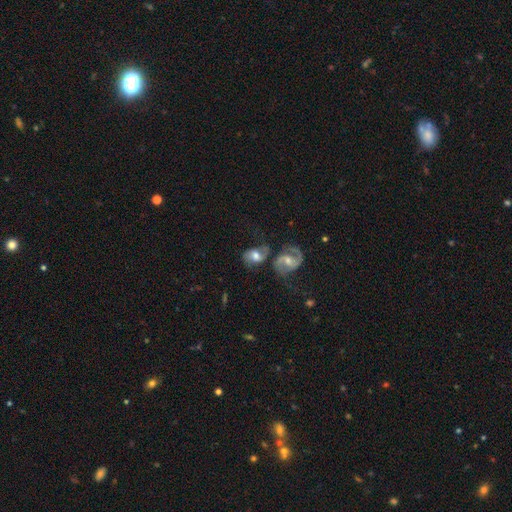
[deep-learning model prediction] A featured or disk galaxy (58%) with no bar (43%, tied with weak), spiral arms (86%) and a moderate central bulge (61%).

Vote fractions:
- Smooth or featured? featured or disk: 58% / smooth: 34% / star or artifact: 9%
- Edge-on disk? no: 96% / yes: 4%
- Bar? no: 43% (tied) / weak: 43% (tied) / strong: 15%
- Spiral arms? yes: 86% / no: 14%
- Bulge size? moderate: 61% / small: 19% / large: 15% / none: 3% / dominant: 2%
- Merging? merger: 36% / none: 35% / minor disturbance: 16% / major disturbance: 13%